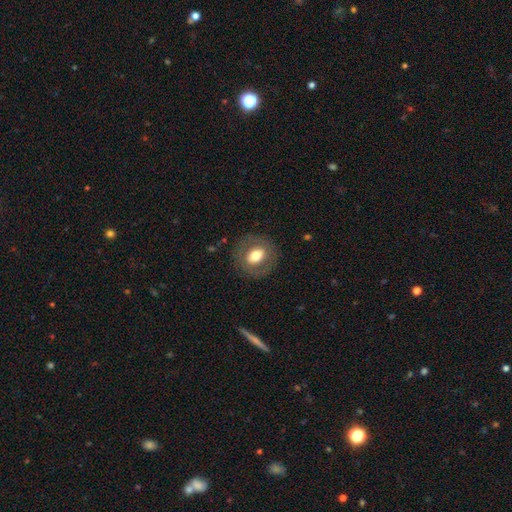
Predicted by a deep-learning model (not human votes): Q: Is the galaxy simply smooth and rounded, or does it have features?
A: smooth — 60%.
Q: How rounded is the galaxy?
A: round — 61%.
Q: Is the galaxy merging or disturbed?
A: none — 81%.